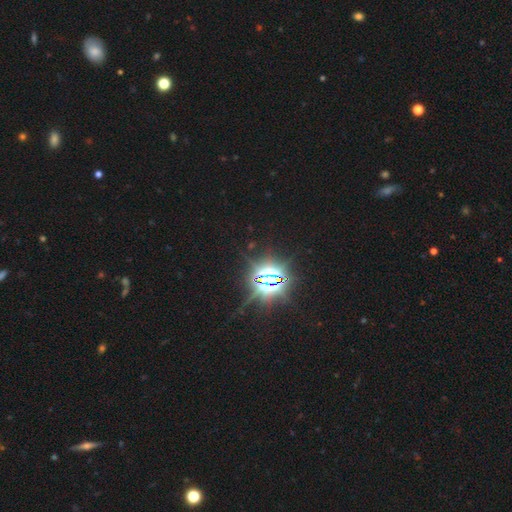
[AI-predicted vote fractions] Smooth or featured? star or artifact (85%)